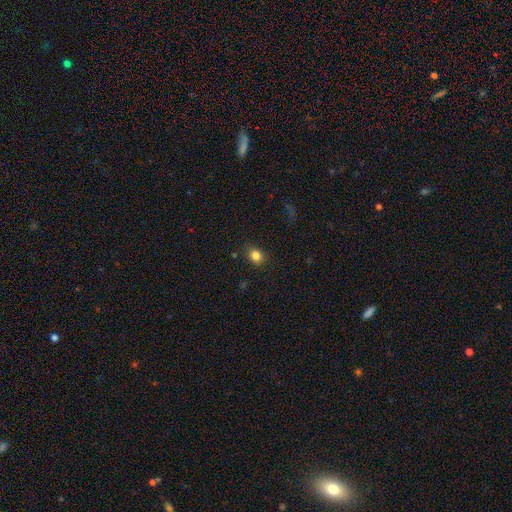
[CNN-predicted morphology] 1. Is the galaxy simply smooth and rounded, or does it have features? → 83% smooth, 11% star or artifact, 6% featured or disk.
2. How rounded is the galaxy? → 60% round, 39% in between, 1% cigar-shaped.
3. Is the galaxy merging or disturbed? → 84% none, 11% minor disturbance, 3% major disturbance, 1% merger.